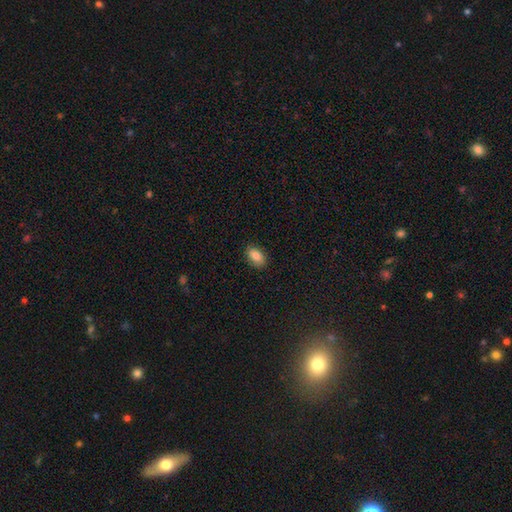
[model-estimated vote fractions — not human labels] This appears to be a smooth galaxy with no disk features (83%) that is in between round and cigar-shaped (91%). Merging: none (88%).